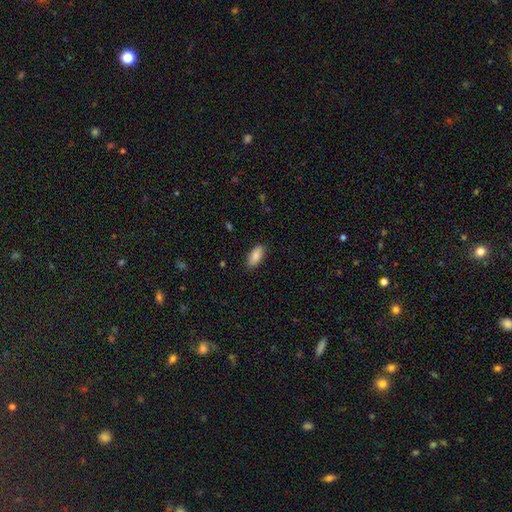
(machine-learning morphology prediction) smooth_or_featured: smooth (p=0.84) [alt: featured or disk p=0.10]
how_rounded: in between (p=0.90) [alt: cigar-shaped p=0.08]
merging: none (p=0.86) [alt: minor disturbance p=0.11]